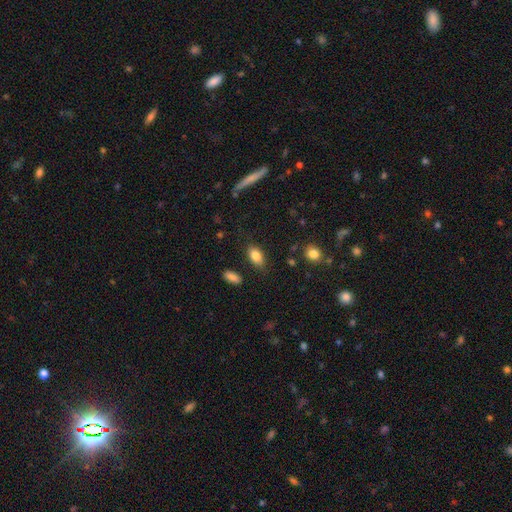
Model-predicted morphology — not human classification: Smooth or featured: smooth — 84% (featured or disk — 8%)
How rounded: in between — 89% (round — 6%)
Merging: none — 82% (minor disturbance — 12%)